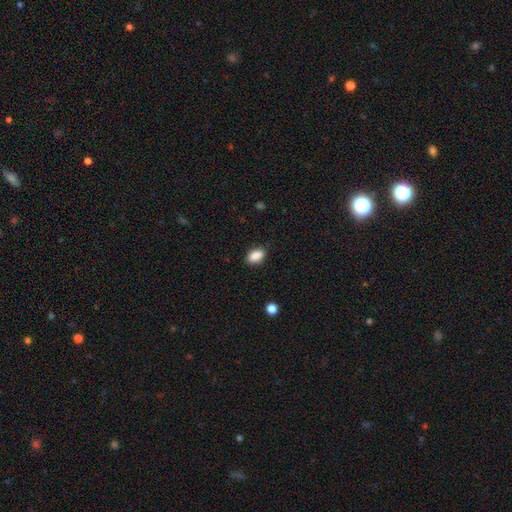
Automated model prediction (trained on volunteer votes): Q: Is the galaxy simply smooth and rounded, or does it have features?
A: smooth — 88%.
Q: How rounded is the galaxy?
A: in between — 89%.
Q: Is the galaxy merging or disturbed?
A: none — 83%.